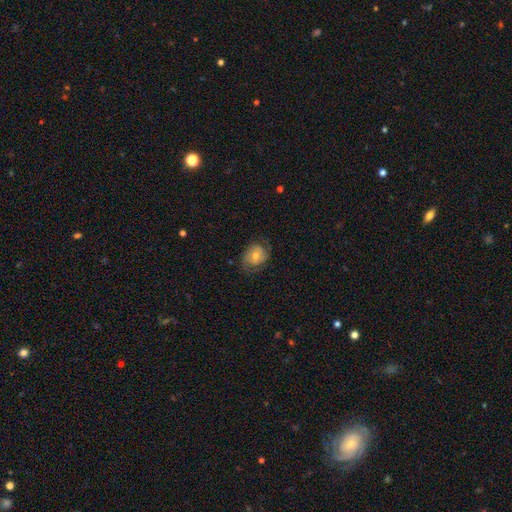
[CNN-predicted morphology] The model was most divided on "spiral winding": tight: 44%, medium: 39%, loose: 16%. More confident: edge-on disk — no (97%); spiral arms — yes (86%); bar — no (73%); merging — none (71%); spiral arm count — 2 (67%); bulge size — moderate (61%); smooth or featured — featured or disk (61%).